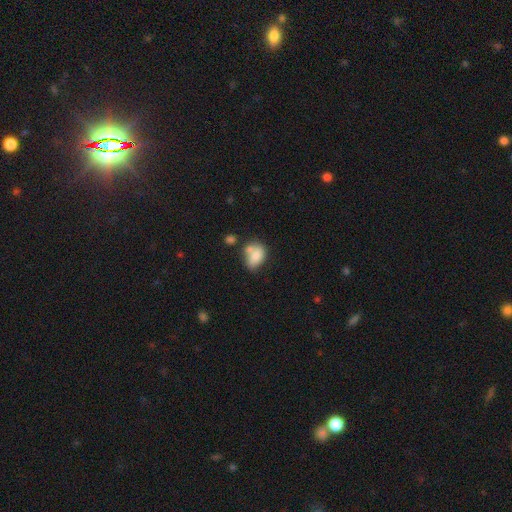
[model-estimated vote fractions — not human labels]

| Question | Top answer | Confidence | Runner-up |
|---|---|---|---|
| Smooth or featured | smooth | 74% | featured or disk (18%) |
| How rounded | in between | 72% | round (27%) |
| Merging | merger | 37% | none (35%) |